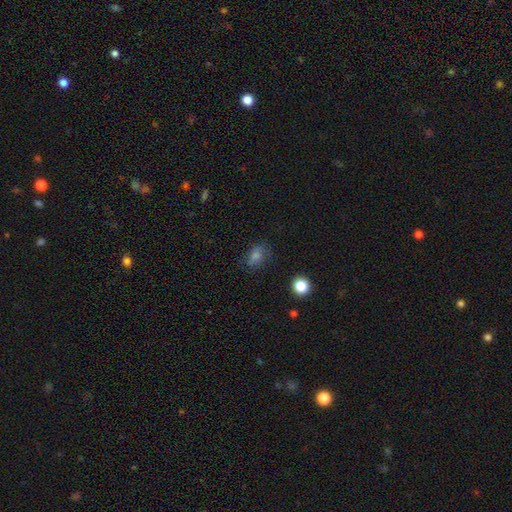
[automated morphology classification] smooth-or-featured: smooth: 53% | star or artifact: 24% | featured or disk: 23%
  how-rounded: in between: 59% | round: 39% | cigar-shaped: 2%
  merging: none: 72% | minor disturbance: 18% | major disturbance: 8% | merger: 2%